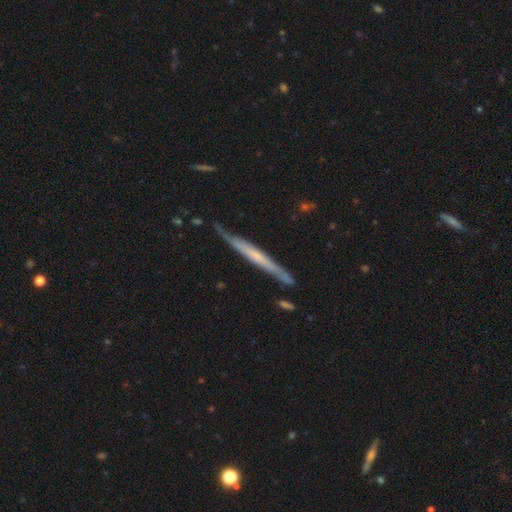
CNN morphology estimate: Overall: featured or disk (62%; smooth 33%). Edge-on disk: yes (93%). Edge-on bulge: none (65%). Merging: none (72%).